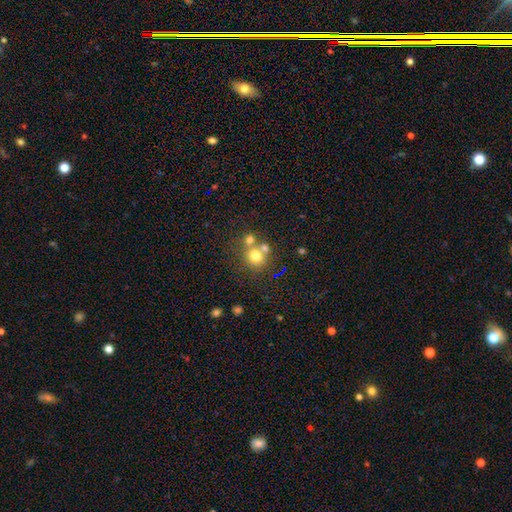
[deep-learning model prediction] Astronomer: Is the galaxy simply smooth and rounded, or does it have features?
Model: smooth — 70%.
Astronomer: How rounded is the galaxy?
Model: round — 87%.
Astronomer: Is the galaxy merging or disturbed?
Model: none — 56% (runner-up: merger, 32%).